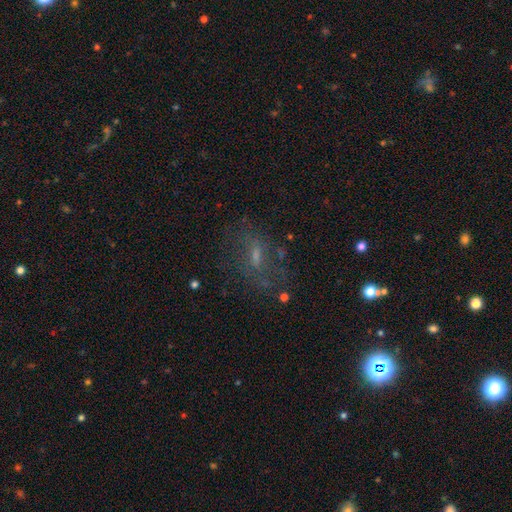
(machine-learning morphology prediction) Smooth or featured: featured or disk — 46% (smooth — 37%)
Merging: none — 58% (major disturbance — 20%)